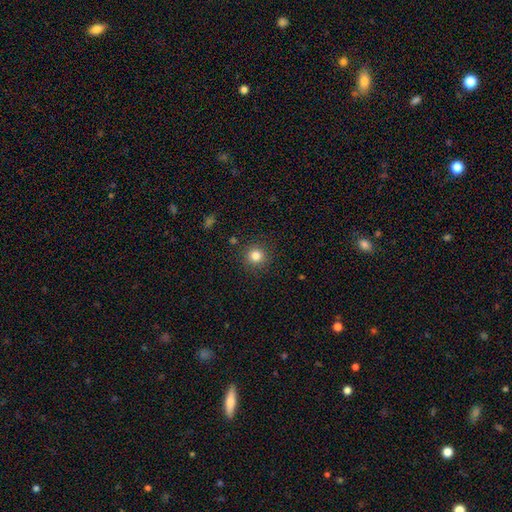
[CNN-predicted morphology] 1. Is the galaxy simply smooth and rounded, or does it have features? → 82% smooth, 12% star or artifact, 6% featured or disk.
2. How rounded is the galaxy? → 94% round, 5% in between, 1% cigar-shaped.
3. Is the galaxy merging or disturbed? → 89% none, 7% minor disturbance, 3% major disturbance, 2% merger.